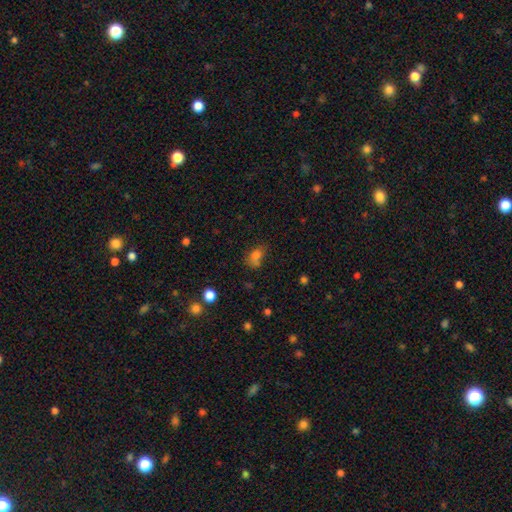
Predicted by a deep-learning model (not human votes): Morphology: type=smooth (75%); roundness=in between (67%); merging=none (46%).